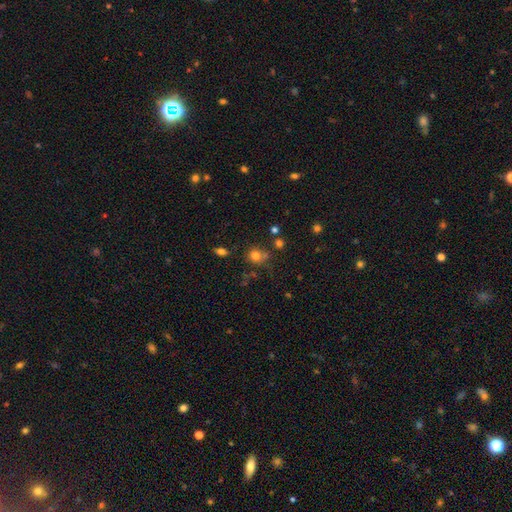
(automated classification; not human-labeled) Q: Smooth or featured?
A: smooth (75%); runner-up: star or artifact (16%)
Q: How rounded?
A: round (78%); runner-up: in between (21%)
Q: Merging?
A: none (62%); runner-up: minor disturbance (18%)